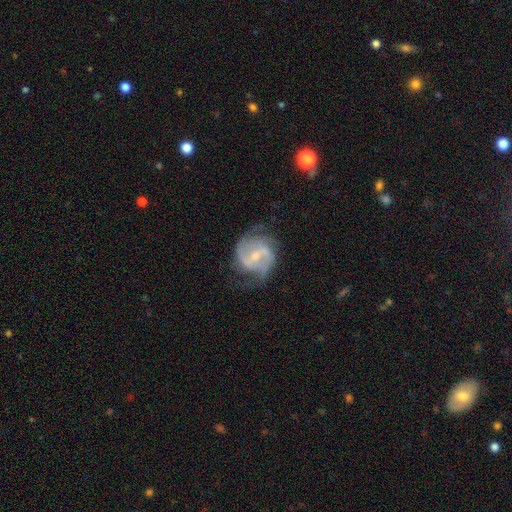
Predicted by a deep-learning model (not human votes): Overall: featured or disk (84%). Edge-on disk: no (98%). Bar: weak (51%; strong 30%). Spiral arms: yes (95%). Spiral arm count: 2 (82%). Spiral winding: medium (51%; loose 27%). Bulge size: small (56%; moderate 36%). Merging: none (67%).